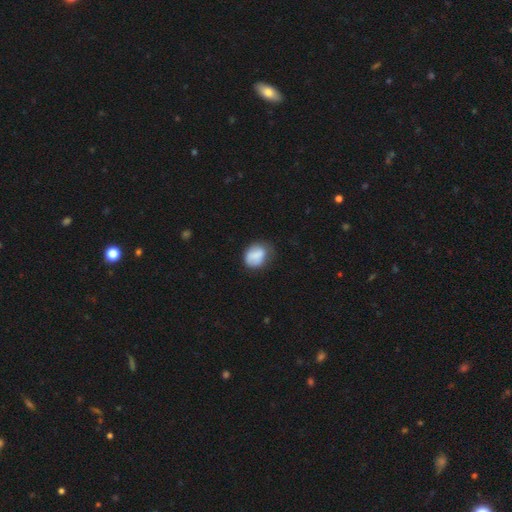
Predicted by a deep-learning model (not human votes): This is clearly a smooth galaxy (81%). How rounded: possibly in between (54%). Merging: possibly none (54%).